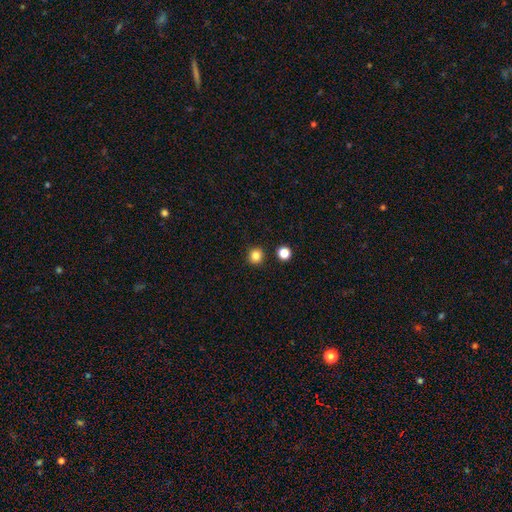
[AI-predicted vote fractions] Morphology: type=smooth (83%); roundness=round (93%); merging=none (90%).